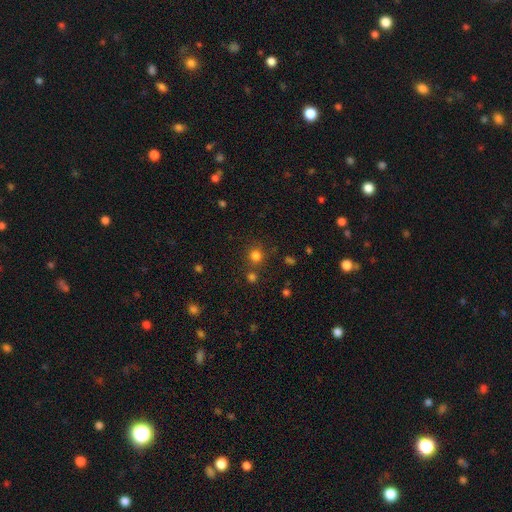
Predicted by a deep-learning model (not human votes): A smooth galaxy with no disk features (79%) that is round (90%). Merging: none (75%).